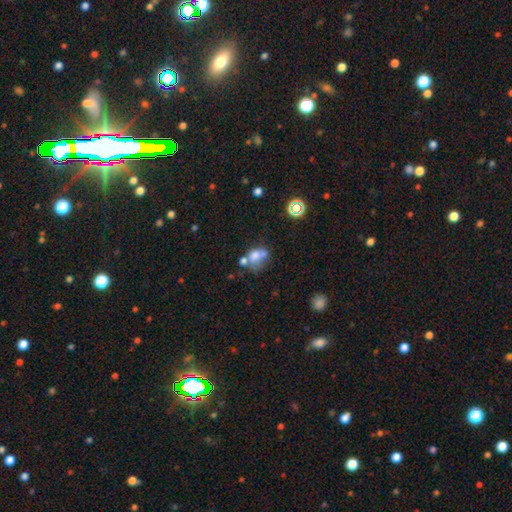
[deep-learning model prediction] This appears to be a smooth galaxy with no disk features (60%) that is in between round and cigar-shaped (57%). Merging: merger (43%).